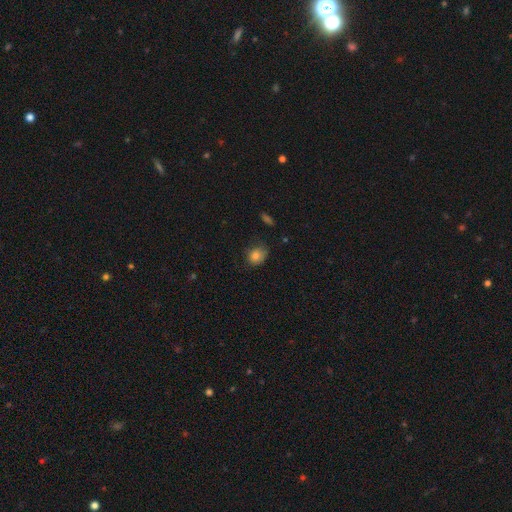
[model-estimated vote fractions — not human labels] A smooth galaxy with no disk features (82%) that is round (59%).

Vote fractions:
- Smooth or featured? smooth: 82% / star or artifact: 10% / featured or disk: 8%
- How rounded? round: 59% / in between: 40% / cigar-shaped: 1%
- Merging? none: 59% / minor disturbance: 30% / major disturbance: 10% / merger: 2%